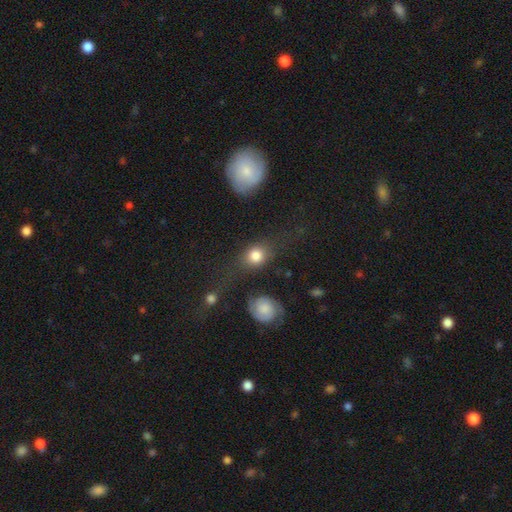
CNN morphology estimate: This appears to be a smooth galaxy with no disk features (77%) that is round (61%). Merging: none (57%).